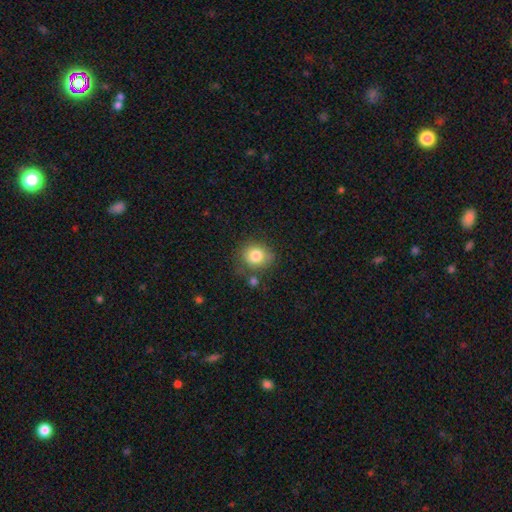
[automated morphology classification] smooth-or-featured: smooth: 82% | star or artifact: 10% | featured or disk: 8%
  how-rounded: round: 78% | in between: 21% | cigar-shaped: 1%
  merging: none: 72% | minor disturbance: 16% | merger: 7% | major disturbance: 5%